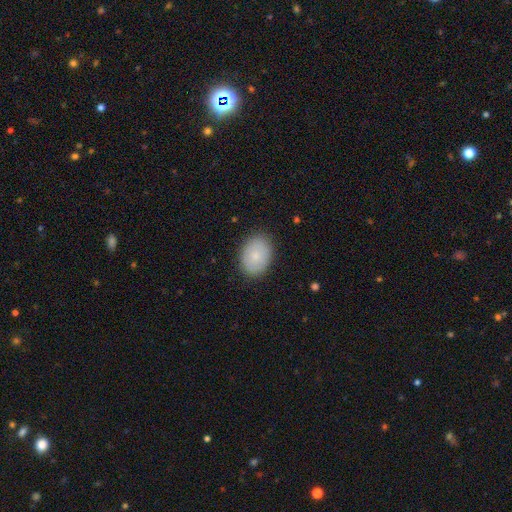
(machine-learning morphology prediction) Smooth or featured? Predicted: smooth (p=0.79). How rounded? Predicted: in between (p=0.71). Merging? Predicted: none (p=0.86).